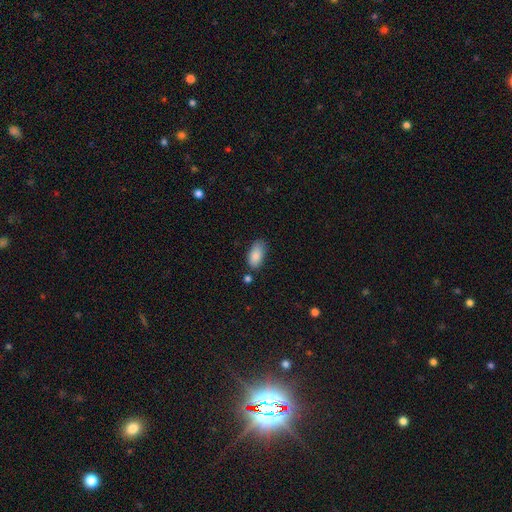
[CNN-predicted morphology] A smooth galaxy with no disk features (86%) that is in between round and cigar-shaped (91%). Merging: none (62%).